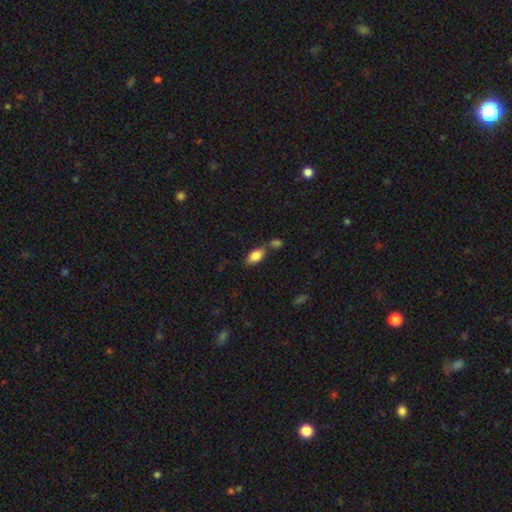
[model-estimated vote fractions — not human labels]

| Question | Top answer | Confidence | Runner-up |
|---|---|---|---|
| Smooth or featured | smooth | 81% | featured or disk (11%) |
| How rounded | in between | 89% | round (6%) |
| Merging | none | 55% | merger (25%) |